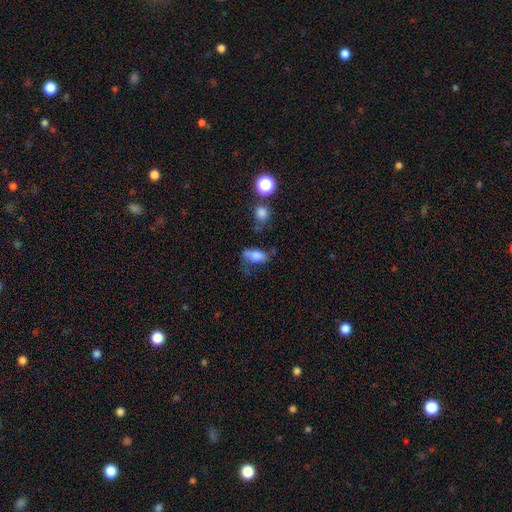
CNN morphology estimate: smooth_or_featured: smooth (p=0.73) [alt: featured or disk p=0.16]
how_rounded: in between (p=0.85) [alt: round p=0.10]
merging: none (p=0.39) [alt: minor disturbance p=0.29]